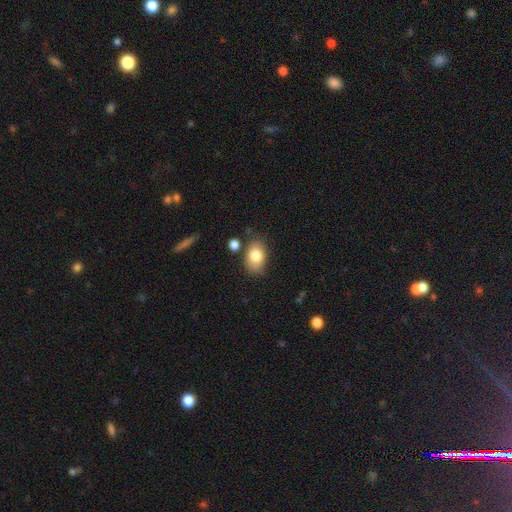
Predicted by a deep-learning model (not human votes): This is clearly a smooth galaxy (81%). How rounded: clearly in between (84%). Merging: likely none (75%).